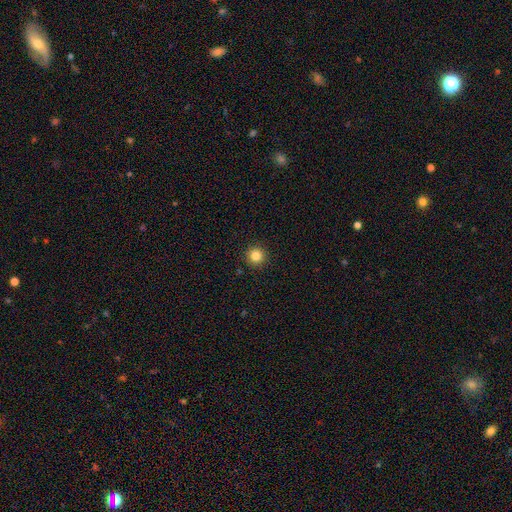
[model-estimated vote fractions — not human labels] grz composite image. It shows a smooth galaxy with no disk features (84%) that is round (95%). Merging: none (92%).